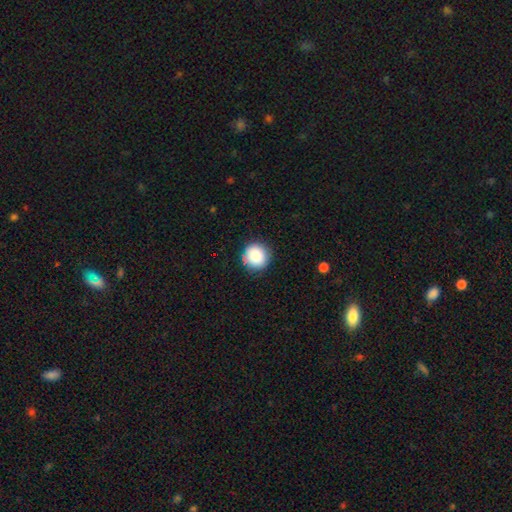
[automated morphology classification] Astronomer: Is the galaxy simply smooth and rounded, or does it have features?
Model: smooth — 86%.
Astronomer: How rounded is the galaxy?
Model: round — 93%.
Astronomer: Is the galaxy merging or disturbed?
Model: none — 88%.